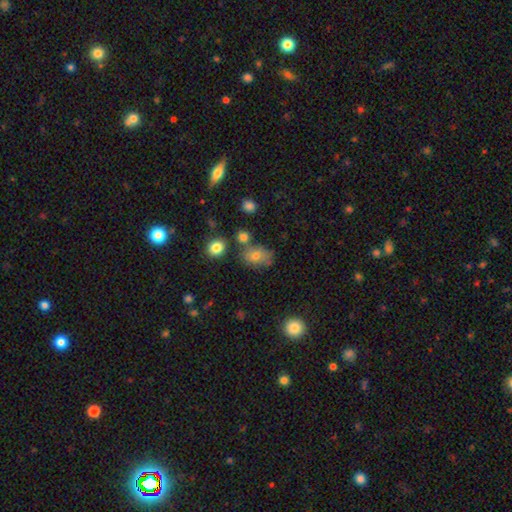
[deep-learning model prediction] smooth-or-featured: smooth: 74% | featured or disk: 13% | star or artifact: 13%
  how-rounded: in between: 71% | round: 27% | cigar-shaped: 2%
  merging: none: 60% | minor disturbance: 20% | merger: 13% | major disturbance: 7%